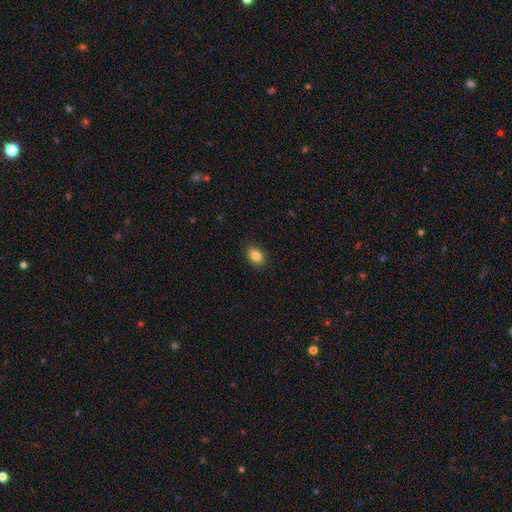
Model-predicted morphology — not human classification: The model was most divided on "how rounded": in between: 78%, round: 21%, cigar-shaped: 1%. More confident: merging — none (89%); smooth or featured — smooth (85%).